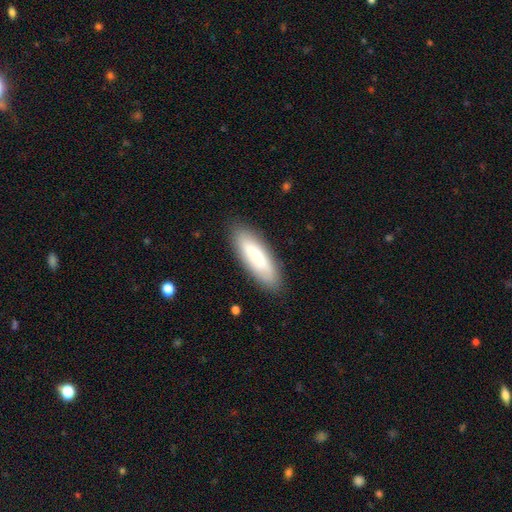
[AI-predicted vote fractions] Morphology: type=smooth (67%); roundness=in between (54%); merging=none (87%).